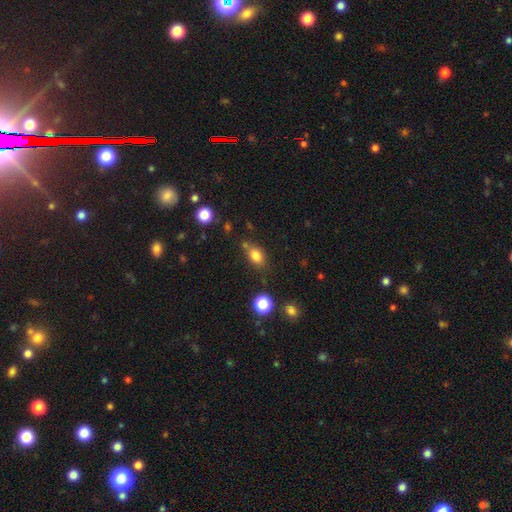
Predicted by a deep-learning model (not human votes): The model was most divided on "merging": none: 66%, minor disturbance: 17%, merger: 12%, major disturbance: 5%. More confident: smooth or featured — smooth (81%); how rounded — in between (74%).